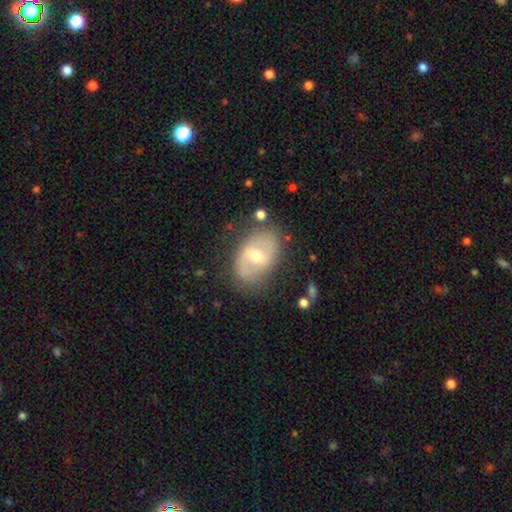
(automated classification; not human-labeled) smooth-or-featured: featured or disk: 58% | smooth: 35% | star or artifact: 7%
  disk-edge-on: no: 93% | yes: 7%
    bar: weak: 49% | strong: 30% | no: 22%
    has-spiral-arms: yes: 52% | no: 48%
    bulge-size: moderate: 67% | small: 24% | large: 7% | none: 2% | dominant: 1%
  merging: none: 72% | minor disturbance: 19% | major disturbance: 7% | merger: 3%